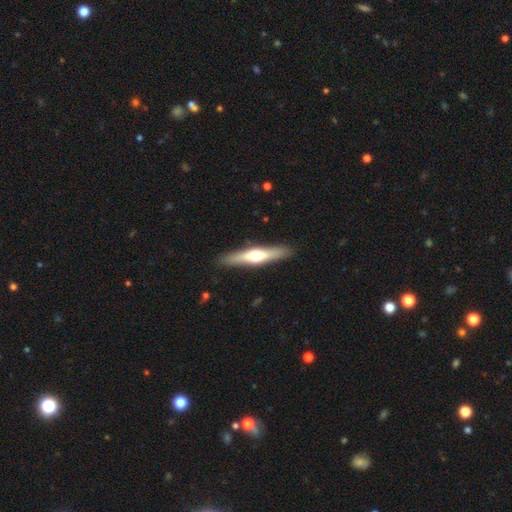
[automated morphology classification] The model was most divided on "smooth or featured": featured or disk: 56%, smooth: 39%, star or artifact: 5%. More confident: edge-on disk — yes (93%); edge-on bulge — rounded (91%); merging — none (89%).